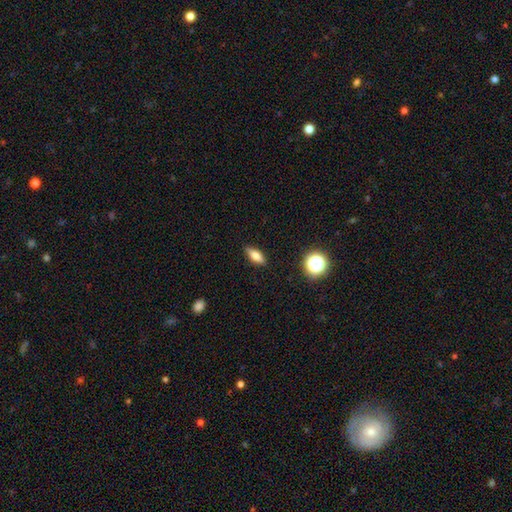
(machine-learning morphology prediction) type=smooth (65%); roundness=in between (60%); merging=none (87%).